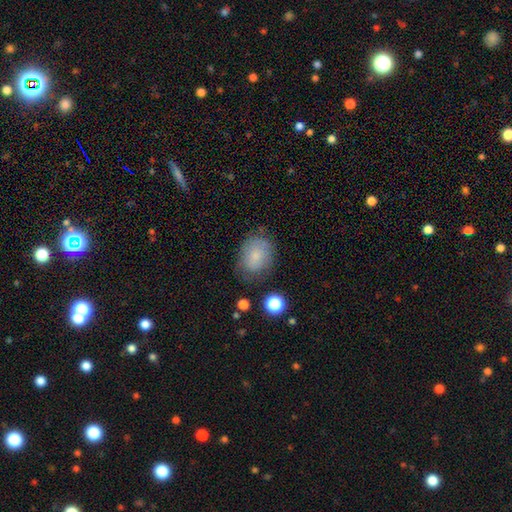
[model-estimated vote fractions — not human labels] Q: Smooth or featured?
A: smooth (76%); runner-up: featured or disk (15%)
Q: How rounded?
A: in between (57%); runner-up: round (42%)
Q: Merging?
A: none (66%); runner-up: minor disturbance (24%)